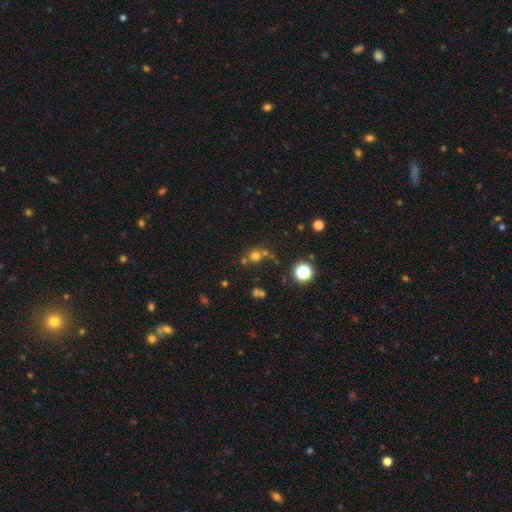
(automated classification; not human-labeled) Morphology: type=smooth (63%); roundness=round (86%); merging=none (61%).